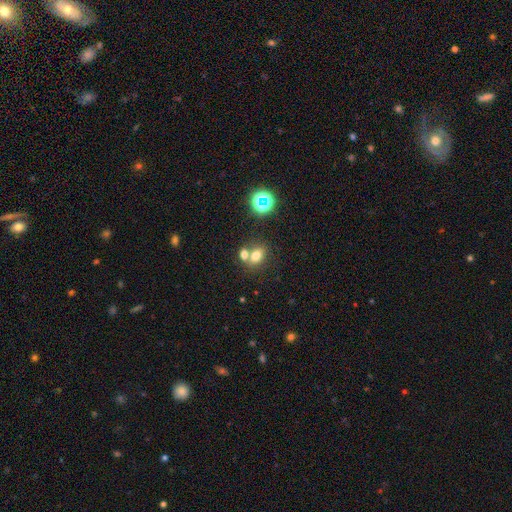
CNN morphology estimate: Smooth or featured?
  - smooth: 71% *
  - star or artifact: 16%
  - featured or disk: 13%
How rounded?
  - in between: 67% *
  - round: 31%
  - cigar-shaped: 2%
Merging?
  - none: 46% *
  - merger: 41%
  - minor disturbance: 9%
  - major disturbance: 3%